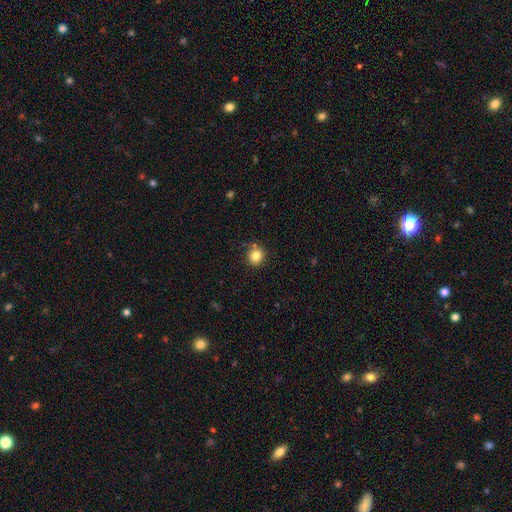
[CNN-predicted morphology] Q: Smooth or featured?
A: smooth (82%); runner-up: star or artifact (12%)
Q: How rounded?
A: round (89%); runner-up: in between (11%)
Q: Merging?
A: none (83%); runner-up: minor disturbance (10%)